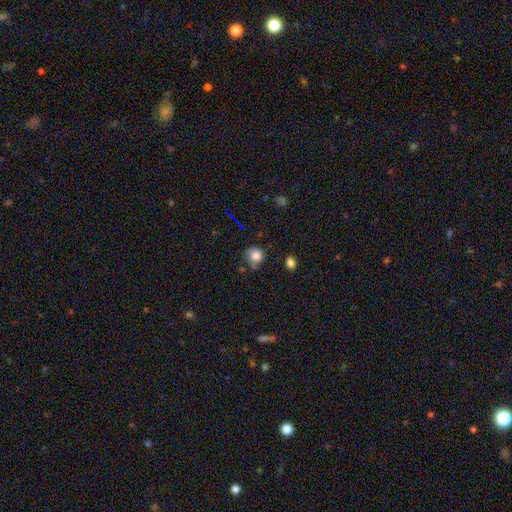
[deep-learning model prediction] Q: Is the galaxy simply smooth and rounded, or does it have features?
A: smooth — 78%.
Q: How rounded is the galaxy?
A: round — 85%.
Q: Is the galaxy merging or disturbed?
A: none — 62%.